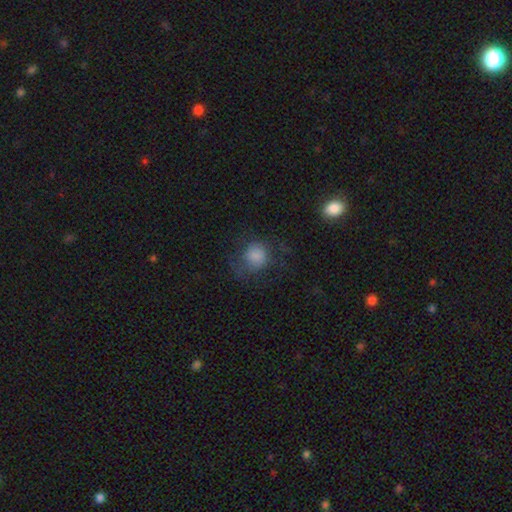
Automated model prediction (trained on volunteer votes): A smooth galaxy with no disk features (74%) that is round (82%). Merging: none (58%).